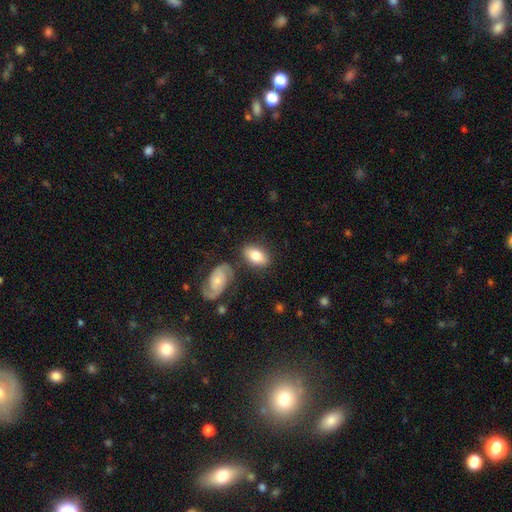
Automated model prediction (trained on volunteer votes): Smooth or featured: smooth — 75% (featured or disk — 19%)
How rounded: in between — 91% (round — 6%)
Merging: none — 72% (minor disturbance — 15%)